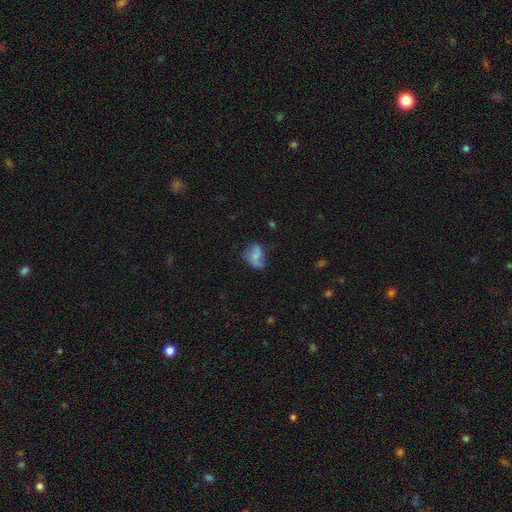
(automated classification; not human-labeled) This appears to be a smooth galaxy with no disk features (53%) that is in between round and cigar-shaped (79%). Merging: none (36%).